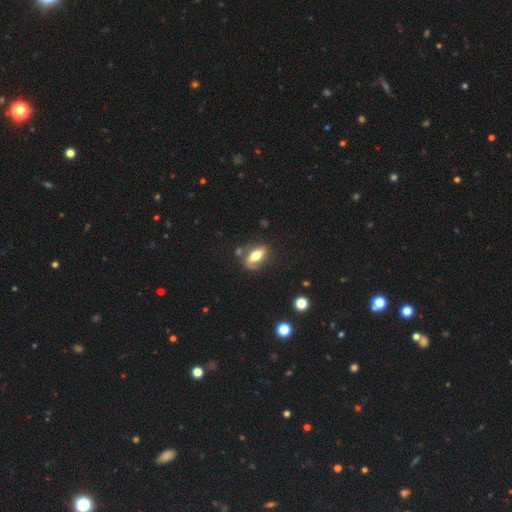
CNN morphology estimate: A smooth galaxy with no disk features (53%) that is in between round and cigar-shaped (76%).

Vote fractions:
- Smooth or featured? smooth: 53% / featured or disk: 39% / star or artifact: 7%
- How rounded? in between: 76% / cigar-shaped: 19% / round: 5%
- Merging? none: 63% / minor disturbance: 21% / merger: 8% / major disturbance: 8%